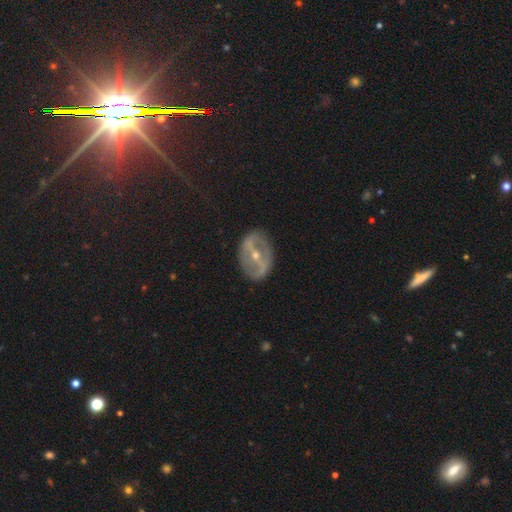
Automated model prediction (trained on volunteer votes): smooth_or_featured: featured or disk (p=0.80) [alt: smooth p=0.13]
disk_edge_on: no (p=0.90) [alt: yes p=0.10]
bar: strong (p=0.65) [alt: weak p=0.23]
has_spiral_arms: no (p=0.52) [alt: yes p=0.48]
bulge_size: small (p=0.51) [alt: moderate p=0.46]
merging: none (p=0.80) [alt: minor disturbance p=0.13]